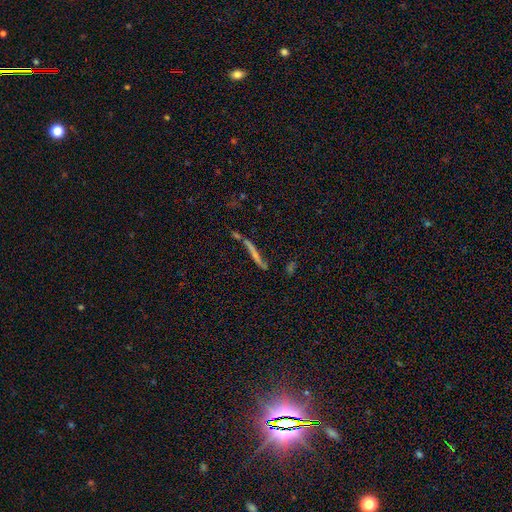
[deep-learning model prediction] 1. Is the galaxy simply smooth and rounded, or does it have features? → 46% featured or disk, 39% smooth, 14% star or artifact.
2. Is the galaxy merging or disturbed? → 58% none, 18% minor disturbance, 14% merger, 10% major disturbance.